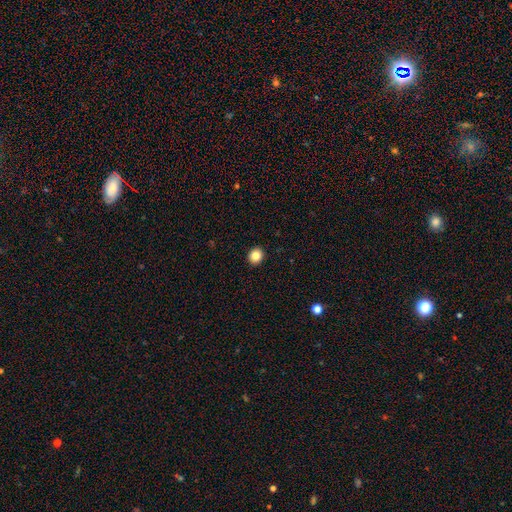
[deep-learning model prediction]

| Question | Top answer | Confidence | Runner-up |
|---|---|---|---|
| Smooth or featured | smooth | 84% | star or artifact (10%) |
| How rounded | round | 79% | in between (20%) |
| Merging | none | 93% | minor disturbance (5%) |